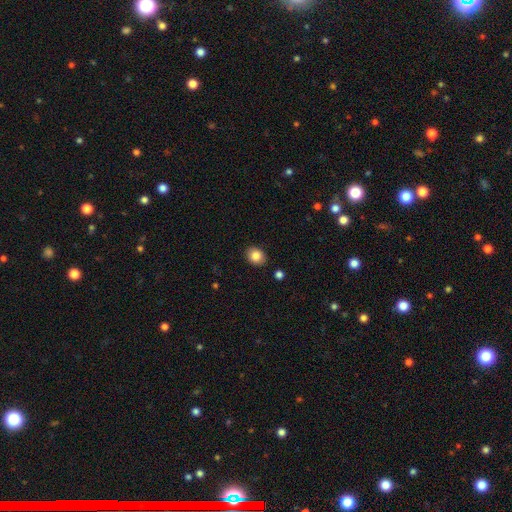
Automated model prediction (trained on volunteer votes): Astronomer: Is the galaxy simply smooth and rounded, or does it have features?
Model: smooth — 86%.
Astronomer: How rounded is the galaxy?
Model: round — 51% (runner-up: in between, 49%).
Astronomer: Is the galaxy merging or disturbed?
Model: none — 87%.